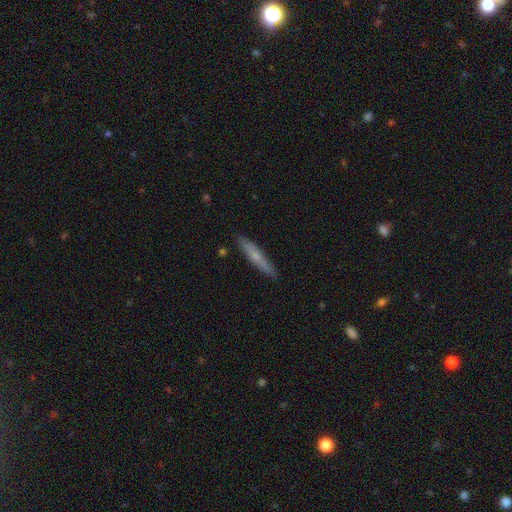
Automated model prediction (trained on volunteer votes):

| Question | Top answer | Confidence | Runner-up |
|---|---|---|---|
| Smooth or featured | smooth | 59% | featured or disk (35%) |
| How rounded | cigar-shaped | 92% | in between (6%) |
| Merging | none | 88% | minor disturbance (9%) |